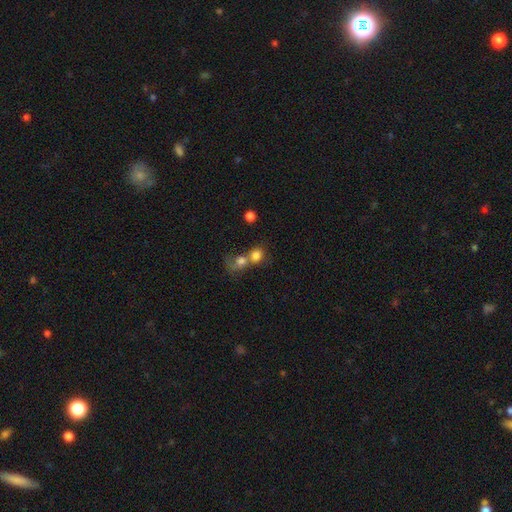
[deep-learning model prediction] smooth_or_featured: smooth (p=0.77) [alt: featured or disk p=0.11]
how_rounded: round (p=0.72) [alt: in between p=0.27]
merging: merger (p=0.61) [alt: none p=0.26]